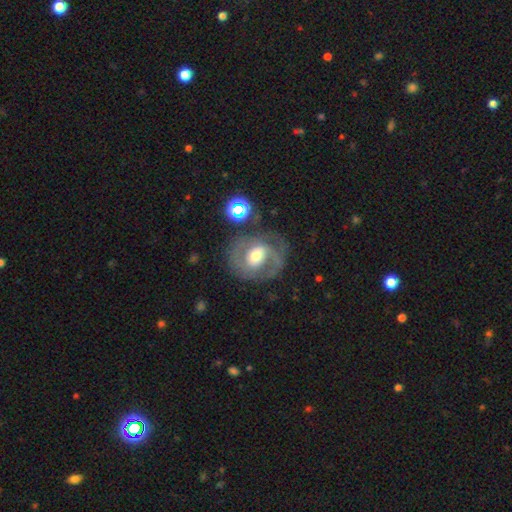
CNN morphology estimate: Smooth or featured? Predicted: featured or disk (p=0.74). Edge-on disk? Predicted: no (p=0.97). Bar? Predicted: no (p=0.41, tied with weak). Spiral arms? Predicted: yes (p=0.82). Spiral winding? Predicted: medium (p=0.45). Spiral arm count? Predicted: 2 (p=0.69). Bulge size? Predicted: moderate (p=0.60). Merging? Predicted: none (p=0.63).